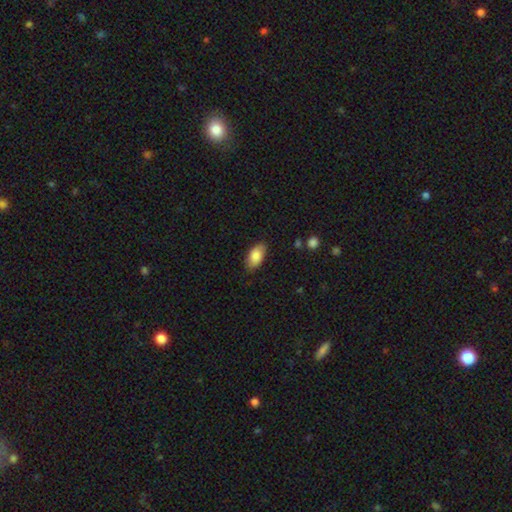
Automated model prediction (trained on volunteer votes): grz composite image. It shows a smooth galaxy with no disk features (84%) that is in between round and cigar-shaped (94%). Merging: none (82%).